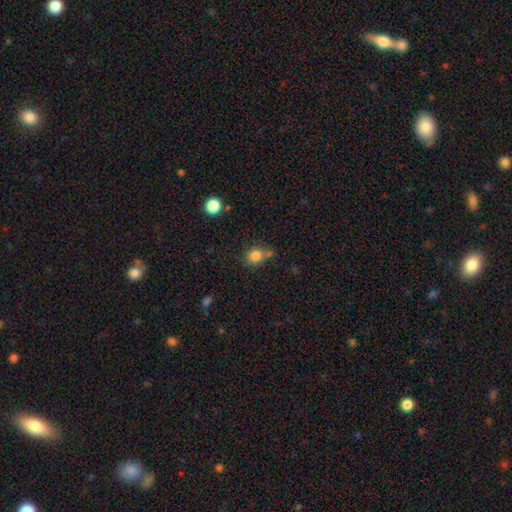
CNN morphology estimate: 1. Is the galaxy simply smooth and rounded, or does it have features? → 82% smooth, 11% star or artifact, 6% featured or disk.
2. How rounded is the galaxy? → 73% round, 26% in between, 1% cigar-shaped.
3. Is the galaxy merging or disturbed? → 59% none, 19% merger, 17% minor disturbance, 5% major disturbance.